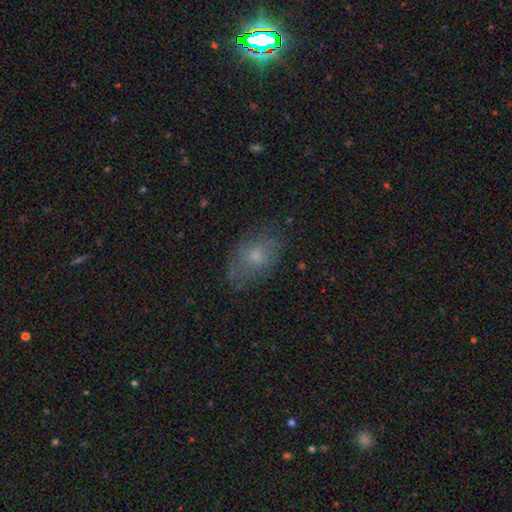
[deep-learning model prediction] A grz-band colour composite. It shows a smooth galaxy with no disk features (55%) that is in between round and cigar-shaped (77%). Merging: none (72%).